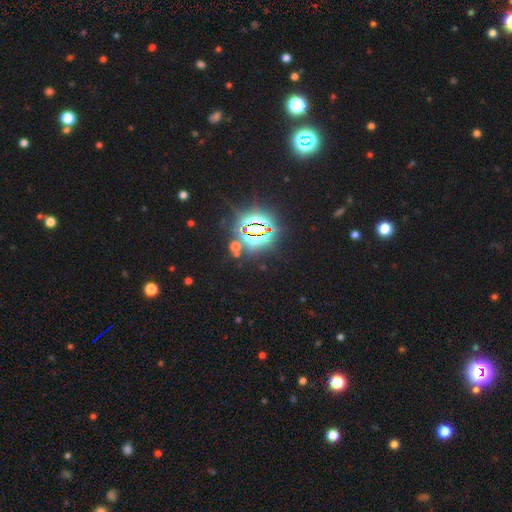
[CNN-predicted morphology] Smooth or featured: star or artifact — 83% (smooth — 10%)